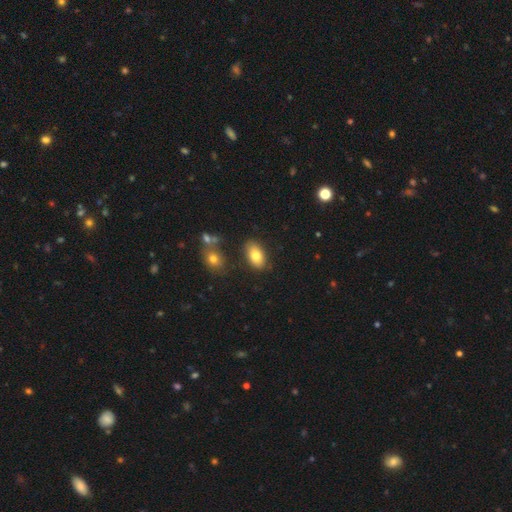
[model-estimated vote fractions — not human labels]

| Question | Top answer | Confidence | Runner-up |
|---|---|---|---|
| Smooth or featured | smooth | 81% | featured or disk (11%) |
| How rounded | in between | 92% | round (6%) |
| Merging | none | 80% | minor disturbance (13%) |